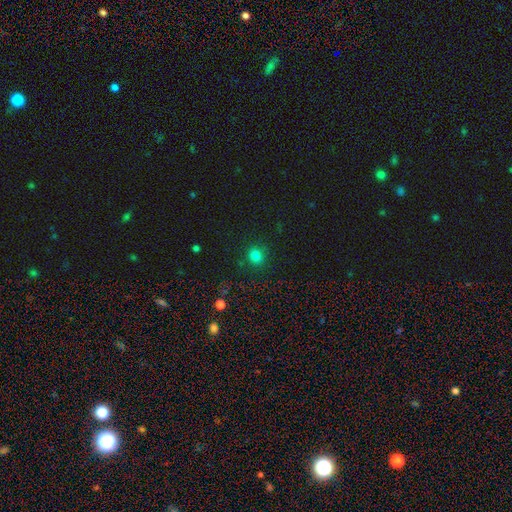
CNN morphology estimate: Smooth or featured?
  - smooth: 80% *
  - star or artifact: 16%
  - featured or disk: 4%
How rounded?
  - round: 78% *
  - in between: 21%
  - cigar-shaped: 1%
Merging?
  - none: 87% *
  - minor disturbance: 9%
  - major disturbance: 3%
  - merger: 2%